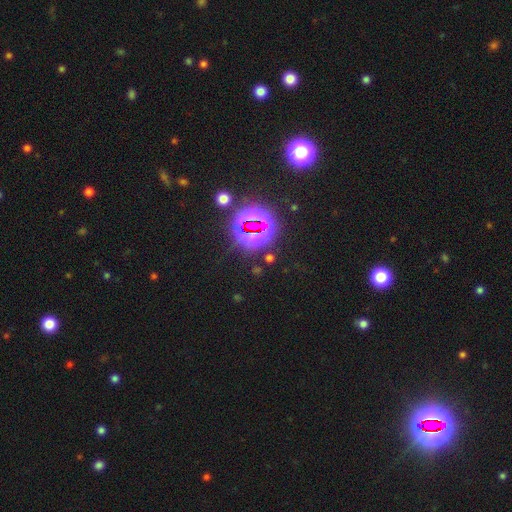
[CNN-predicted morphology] Smooth or featured: star or artifact — 85% (smooth — 8%)